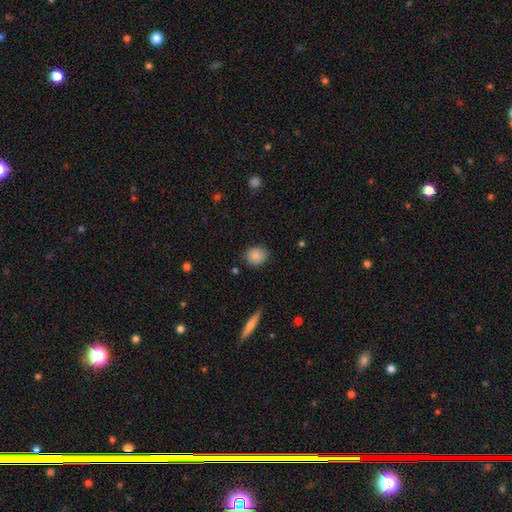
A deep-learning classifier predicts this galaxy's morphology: Smooth or featured: smooth — 87% (star or artifact — 8%)
How rounded: round — 74% (in between — 24%)
Merging: none — 83% (minor disturbance — 13%)